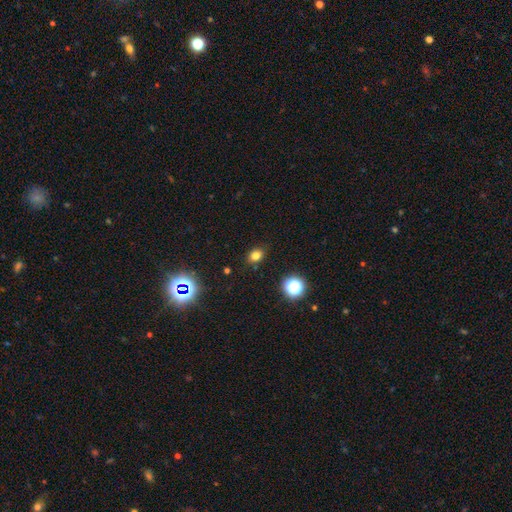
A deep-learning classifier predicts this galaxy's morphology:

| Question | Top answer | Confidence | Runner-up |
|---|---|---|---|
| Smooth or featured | smooth | 77% | star or artifact (17%) |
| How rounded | in between | 56% | round (43%) |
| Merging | none | 85% | minor disturbance (11%) |